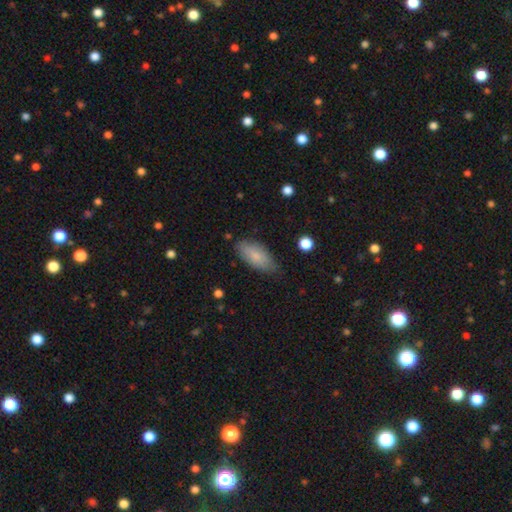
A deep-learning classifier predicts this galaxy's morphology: The model was most divided on "merging": none: 75%, minor disturbance: 19%, major disturbance: 4%, merger: 1%. More confident: how rounded — in between (87%); smooth or featured — smooth (81%).